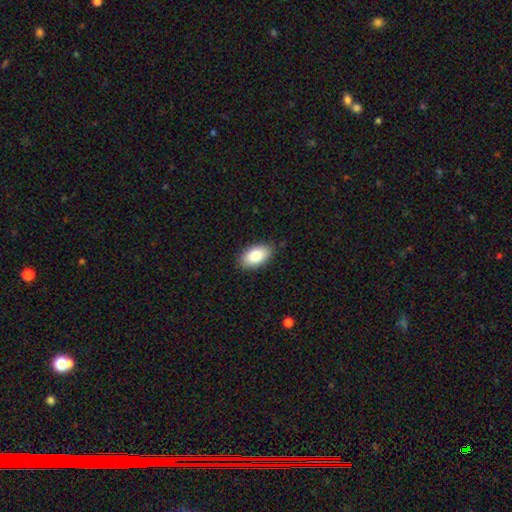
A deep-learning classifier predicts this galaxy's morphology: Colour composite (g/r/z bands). It shows a smooth galaxy with no disk features (85%) that is in between round and cigar-shaped (94%). Merging: none (86%).